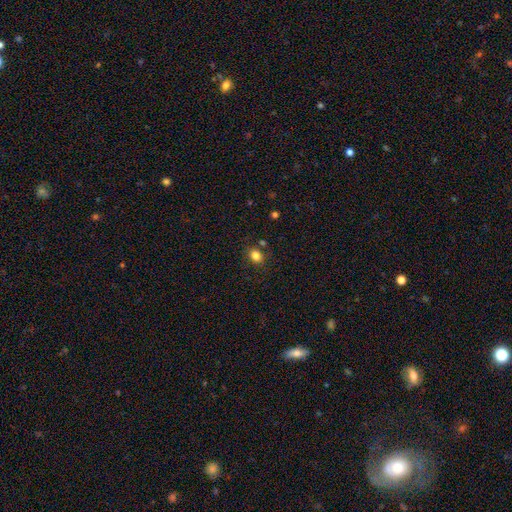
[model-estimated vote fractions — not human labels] A smooth galaxy with no disk features (81%) that is round (51%).

Vote fractions:
- Smooth or featured? smooth: 81% / star or artifact: 12% / featured or disk: 6%
- How rounded? round: 51% / in between: 48% / cigar-shaped: 1%
- Merging? none: 80% / minor disturbance: 12% / merger: 5% / major disturbance: 3%